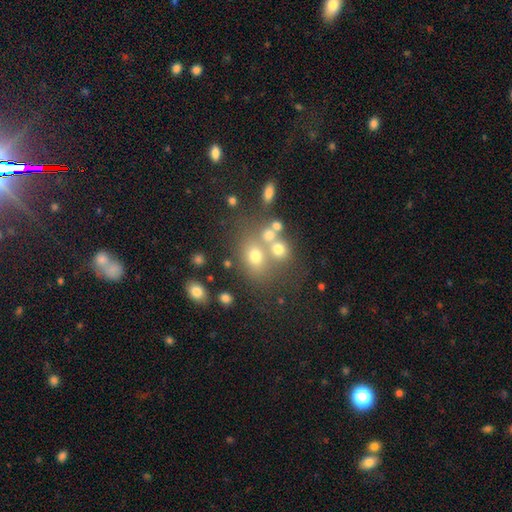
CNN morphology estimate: type=smooth (61%); roundness=round (56%); merging=none (44%).